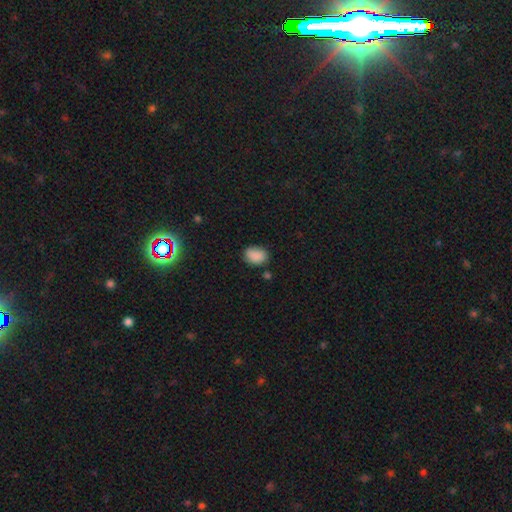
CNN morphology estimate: This is clearly a smooth galaxy (87%). How rounded: likely in between (75%). Merging: likely none (73%).